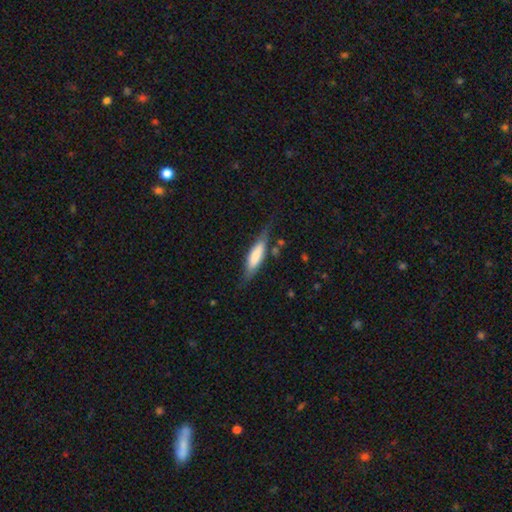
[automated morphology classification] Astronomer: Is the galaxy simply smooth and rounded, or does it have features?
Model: smooth — 64%.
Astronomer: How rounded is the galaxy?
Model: cigar-shaped — 63%.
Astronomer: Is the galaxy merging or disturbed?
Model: none — 68%.